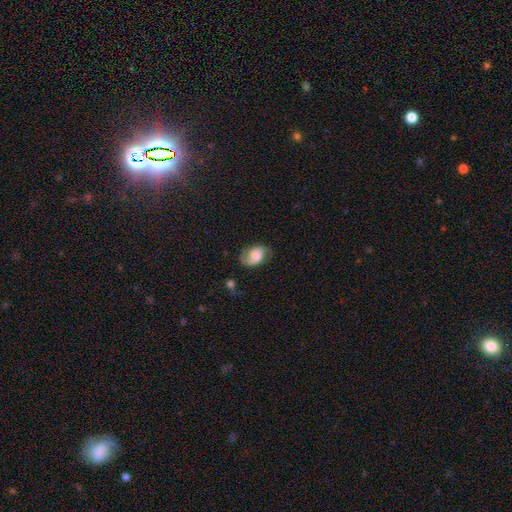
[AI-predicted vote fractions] Overall: featured or disk (53%; smooth 38%). Edge-on disk: no (97%). Bar: no (55%; weak 35%). Spiral arms: yes (88%). Bulge size: large (32%; none 23%). Merging: none (64%).